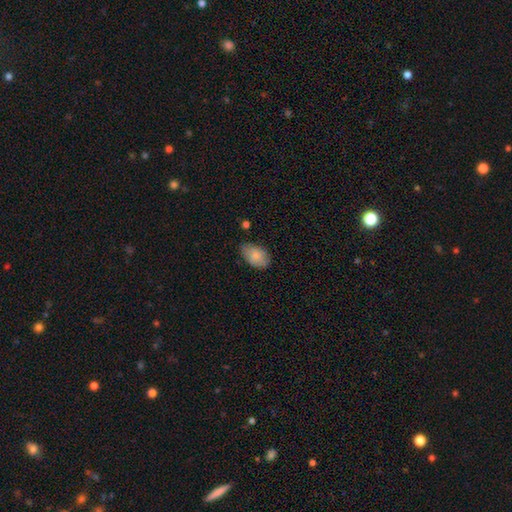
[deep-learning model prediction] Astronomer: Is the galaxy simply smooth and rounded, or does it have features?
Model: smooth — 83%.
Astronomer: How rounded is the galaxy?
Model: in between — 91%.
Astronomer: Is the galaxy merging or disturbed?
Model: none — 74%.